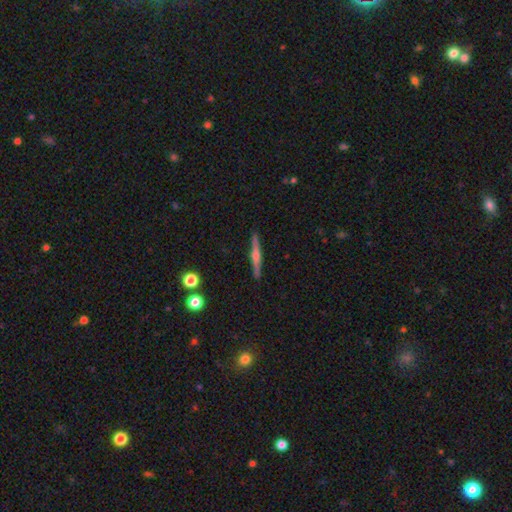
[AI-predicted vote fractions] Smooth or featured: featured or disk — 76% (smooth — 18%)
Edge-on disk: yes — 98% (no — 2%)
Edge-on bulge: rounded — 86% (boxy — 7%)
Merging: none — 92% (minor disturbance — 6%)